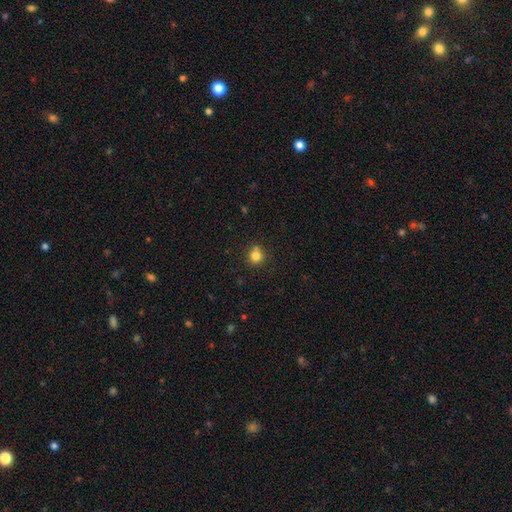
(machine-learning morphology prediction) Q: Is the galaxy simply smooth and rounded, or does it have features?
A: smooth — 82%.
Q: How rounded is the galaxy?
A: round — 88%.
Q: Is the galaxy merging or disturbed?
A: none — 79%.